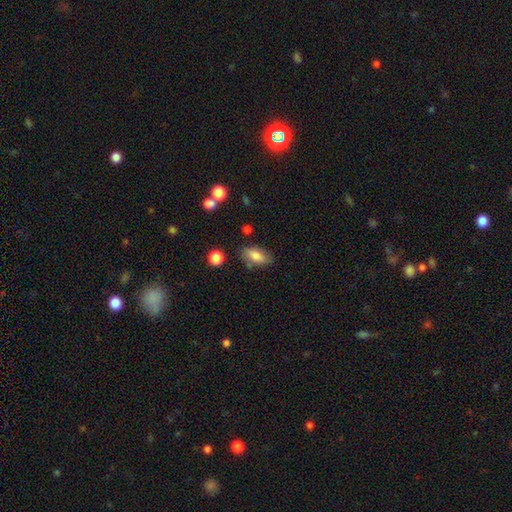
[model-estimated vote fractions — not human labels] Q: Smooth or featured?
A: smooth (79%); runner-up: featured or disk (13%)
Q: How rounded?
A: in between (87%); runner-up: cigar-shaped (8%)
Q: Merging?
A: none (73%); runner-up: minor disturbance (18%)